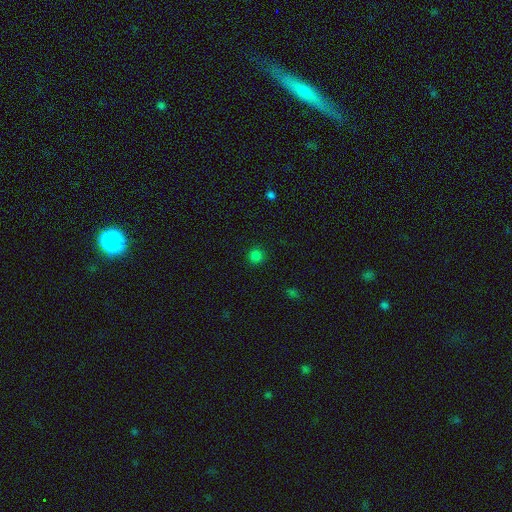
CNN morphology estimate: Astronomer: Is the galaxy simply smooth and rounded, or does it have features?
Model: smooth — 81%.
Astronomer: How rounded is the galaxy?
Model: round — 94%.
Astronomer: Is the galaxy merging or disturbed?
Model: none — 91%.